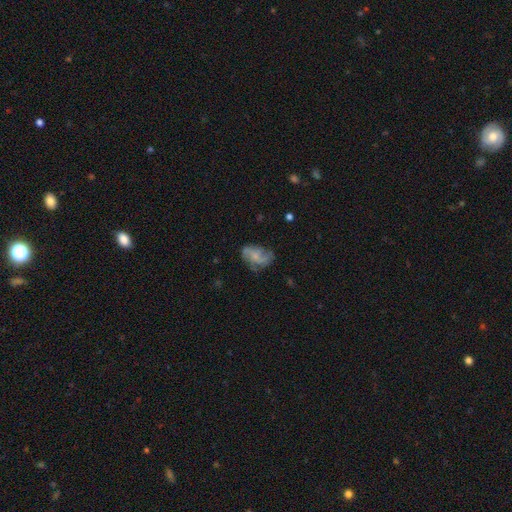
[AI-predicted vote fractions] smooth-or-featured: featured or disk: 58% | smooth: 33% | star or artifact: 9%
  disk-edge-on: no: 97% | yes: 3%
    bar: no: 71% | weak: 25% | strong: 4%
    has-spiral-arms: yes: 80% | no: 20%
    bulge-size: small: 51% | none: 26% | moderate: 19% | large: 2% | dominant: 1%
  merging: none: 55% | minor disturbance: 26% | major disturbance: 16% | merger: 2%